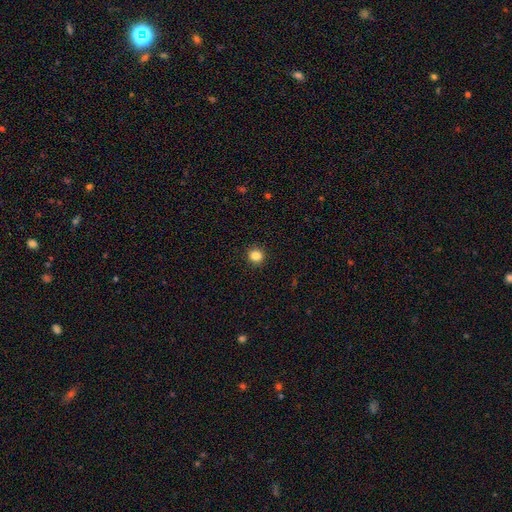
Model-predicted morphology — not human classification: Q: Smooth or featured?
A: smooth (85%); runner-up: star or artifact (11%)
Q: How rounded?
A: round (93%); runner-up: in between (6%)
Q: Merging?
A: none (92%); runner-up: minor disturbance (5%)